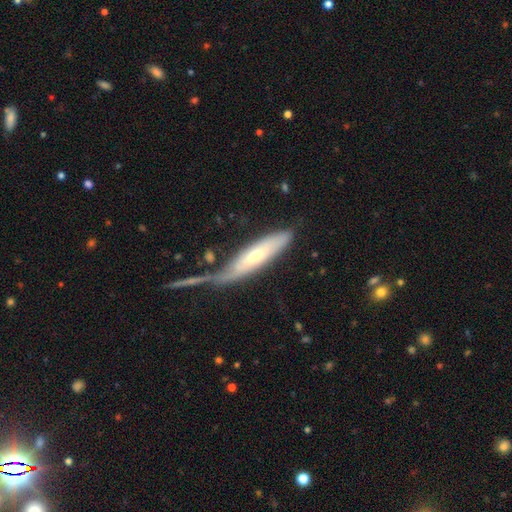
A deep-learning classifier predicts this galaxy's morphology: A smooth galaxy with no disk features (48%).

Vote fractions:
- Smooth or featured? smooth: 48% / featured or disk: 45% / star or artifact: 7%
- Merging? none: 45% / merger: 21% / minor disturbance: 20% / major disturbance: 14%